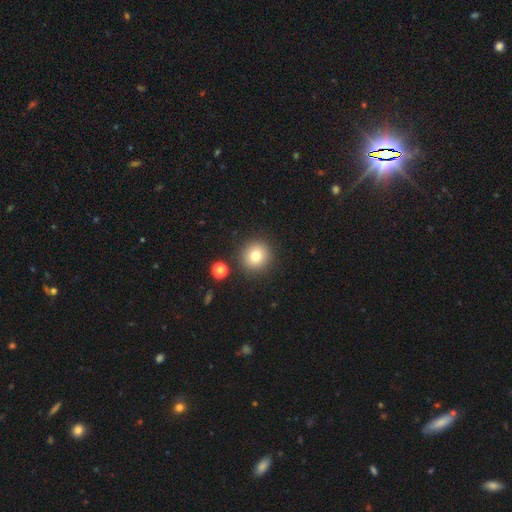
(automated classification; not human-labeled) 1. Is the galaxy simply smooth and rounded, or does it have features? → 78% smooth, 12% star or artifact, 9% featured or disk.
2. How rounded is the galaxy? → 94% round, 5% in between, 1% cigar-shaped.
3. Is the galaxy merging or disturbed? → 87% none, 7% minor disturbance, 4% merger, 2% major disturbance.